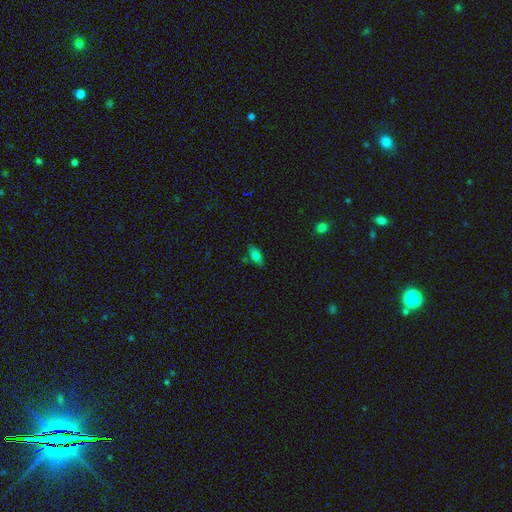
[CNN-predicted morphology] The model was most divided on "smooth or featured": smooth: 74%, featured or disk: 14%, star or artifact: 12%. More confident: how rounded — in between (85%); merging — none (77%).